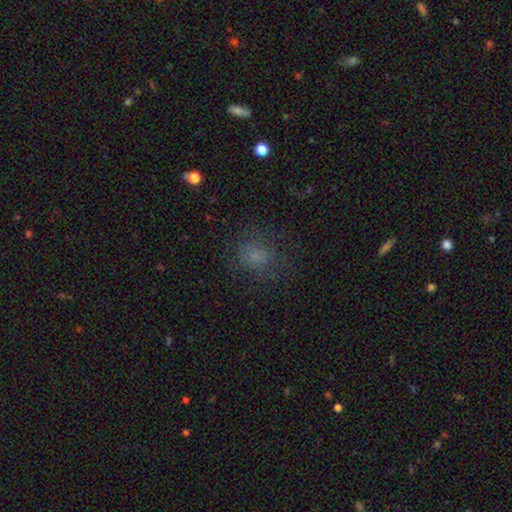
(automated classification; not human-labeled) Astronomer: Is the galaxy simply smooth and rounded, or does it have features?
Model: smooth — 69%.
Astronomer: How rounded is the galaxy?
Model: round — 74%.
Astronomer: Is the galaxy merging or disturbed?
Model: none — 71%.